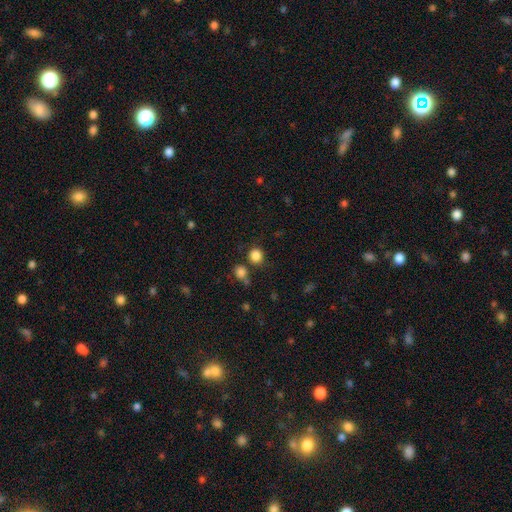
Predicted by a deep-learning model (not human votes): Q: Smooth or featured?
A: smooth (85%); runner-up: star or artifact (12%)
Q: How rounded?
A: round (89%); runner-up: in between (10%)
Q: Merging?
A: none (76%); runner-up: merger (11%)